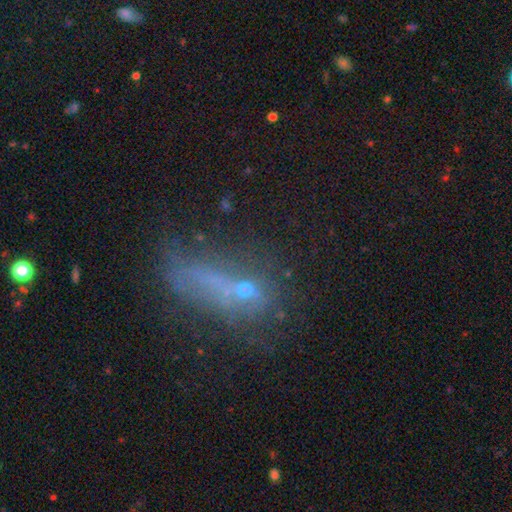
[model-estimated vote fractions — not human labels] Smooth or featured? Predicted: smooth (p=0.37). Merging? Predicted: none (p=0.40).